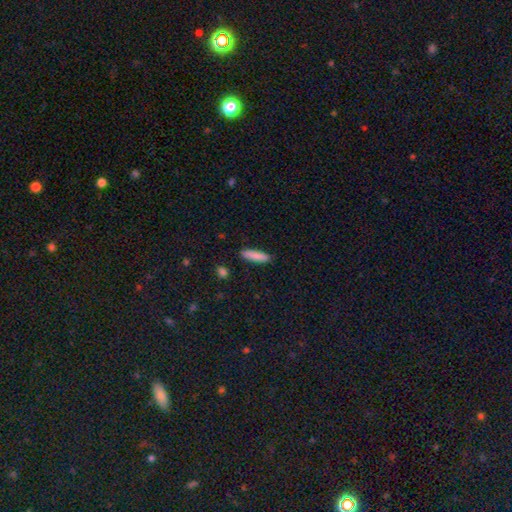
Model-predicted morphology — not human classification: smooth 86%, featured or disk 8%, star or artifact 6%. Down the decision tree: how rounded — cigar-shaped (77%); merging — none (89%).